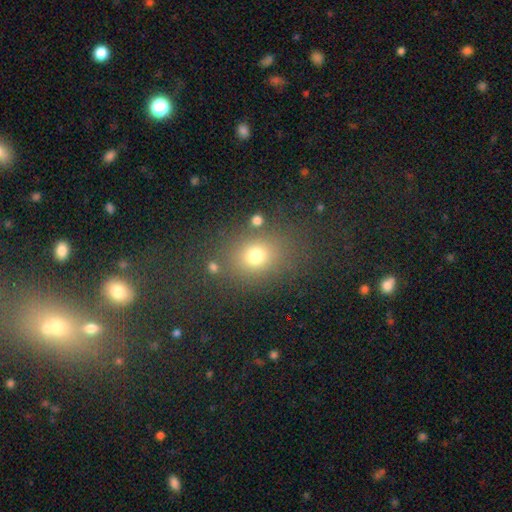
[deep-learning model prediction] smooth 71%, star or artifact 19%, featured or disk 10%. Down the decision tree: how rounded — round (56%); merging — none (75%).